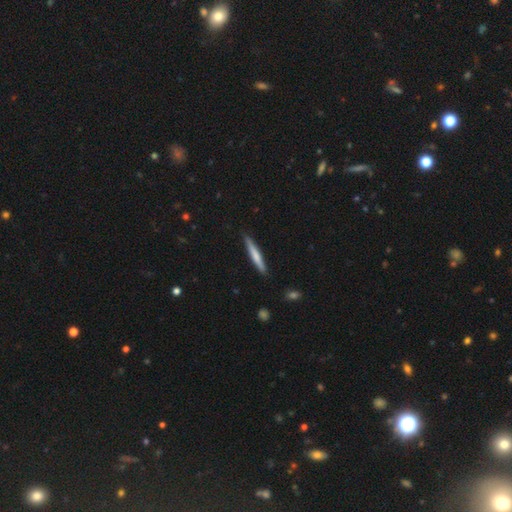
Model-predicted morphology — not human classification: Q: Smooth or featured?
A: smooth (63%); runner-up: featured or disk (32%)
Q: How rounded?
A: cigar-shaped (95%); runner-up: in between (4%)
Q: Merging?
A: none (87%); runner-up: minor disturbance (10%)